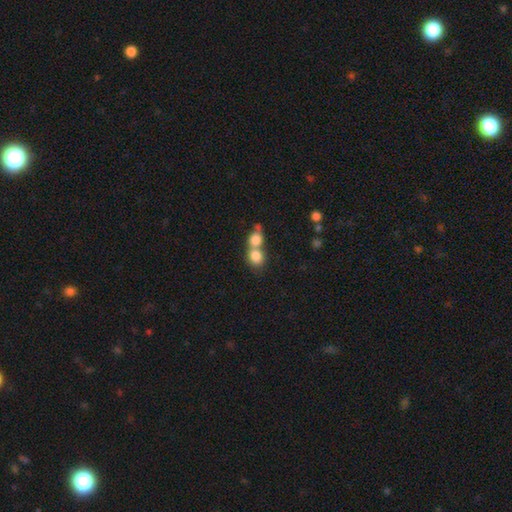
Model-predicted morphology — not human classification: A smooth galaxy with no disk features (81%) that is round (70%).

Vote fractions:
- Smooth or featured? smooth: 81% / featured or disk: 10% / star or artifact: 9%
- How rounded? round: 70% / in between: 28% / cigar-shaped: 1%
- Merging? merger: 65% / none: 27% / minor disturbance: 5% / major disturbance: 3%